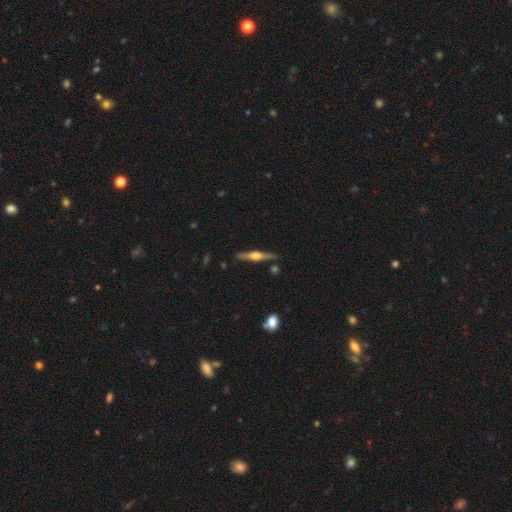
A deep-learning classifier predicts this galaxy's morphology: type=featured or disk (75%); edge-on=yes (98%); edge-on bulge=rounded (91%); merging=none (87%).